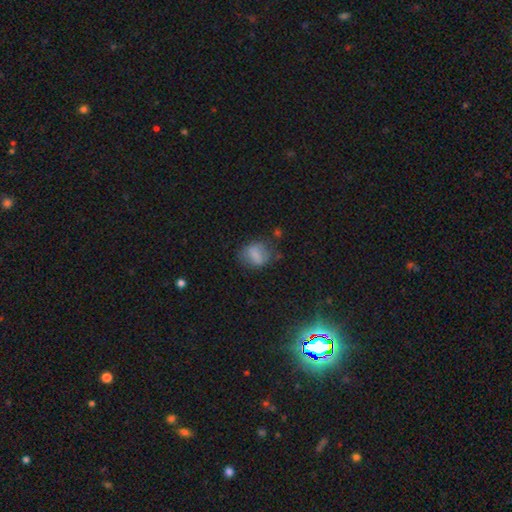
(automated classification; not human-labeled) smooth 72%, featured or disk 17%, star or artifact 11%. Down the decision tree: how rounded — in between (57%); merging — none (62%).